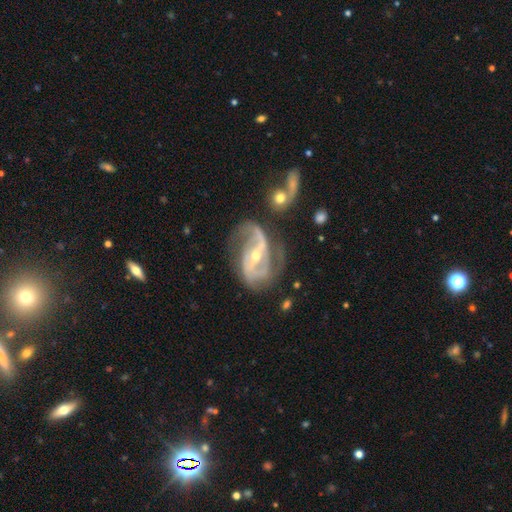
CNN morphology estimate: smooth_or_featured: featured or disk (p=0.90) [alt: star or artifact p=0.06]
disk_edge_on: no (p=0.97) [alt: yes p=0.03]
bar: strong (p=0.50) [alt: weak p=0.33]
has_spiral_arms: yes (p=0.96) [alt: no p=0.04]
spiral_winding: medium (p=0.48) [alt: loose p=0.31]
spiral_arm_count: 2 (p=0.78) [alt: can't tell p=0.07]
bulge_size: small (p=0.49) [alt: moderate p=0.48]
merging: none (p=0.55) [alt: minor disturbance p=0.23]